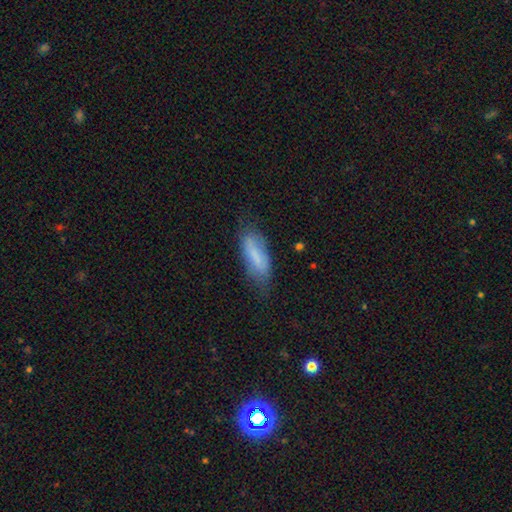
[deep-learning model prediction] Smooth or featured? Predicted: smooth (p=0.73). How rounded? Predicted: in between (p=0.64). Merging? Predicted: none (p=0.60).